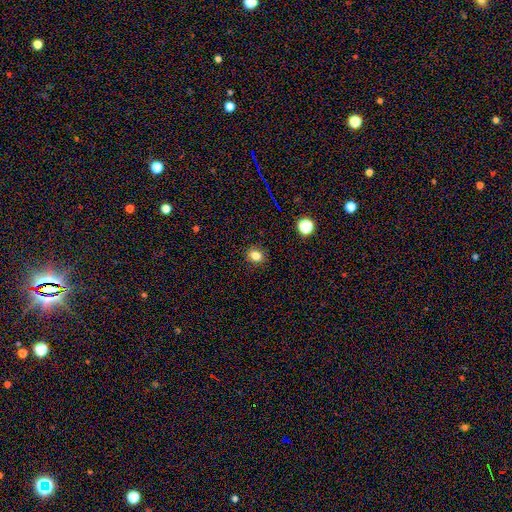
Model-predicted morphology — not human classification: Smooth or featured? smooth (81%)
How rounded? round (60%)
Merging? none (89%)